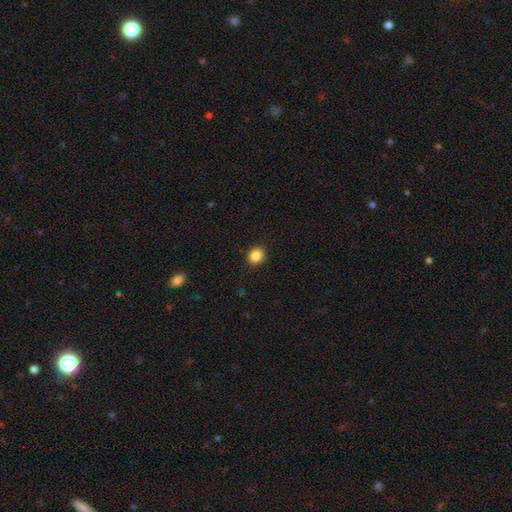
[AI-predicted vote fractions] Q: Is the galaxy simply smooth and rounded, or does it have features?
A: smooth — 85%.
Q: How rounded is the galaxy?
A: round — 73%.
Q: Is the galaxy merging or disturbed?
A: none — 89%.